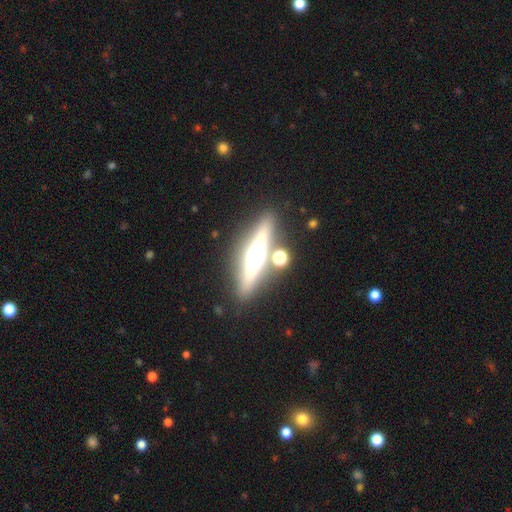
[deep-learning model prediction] The model was most divided on "smooth or featured": featured or disk: 66%, smooth: 22%, star or artifact: 12%. More confident: edge-on disk — yes (92%); edge-on bulge — rounded (88%); merging — none (80%).